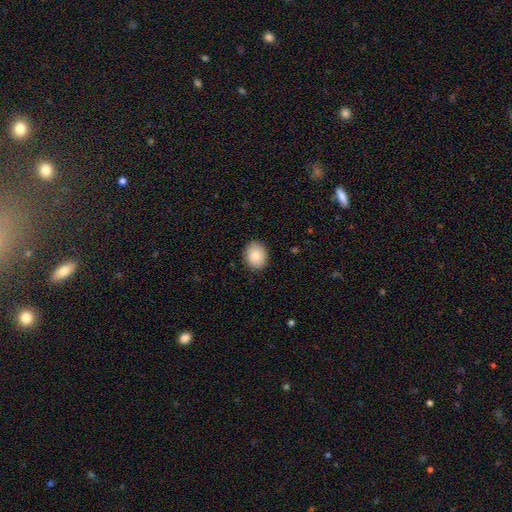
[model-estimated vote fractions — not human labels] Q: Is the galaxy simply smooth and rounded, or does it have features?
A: smooth — 85%.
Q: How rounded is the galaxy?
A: round — 58%.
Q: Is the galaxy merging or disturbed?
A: none — 89%.